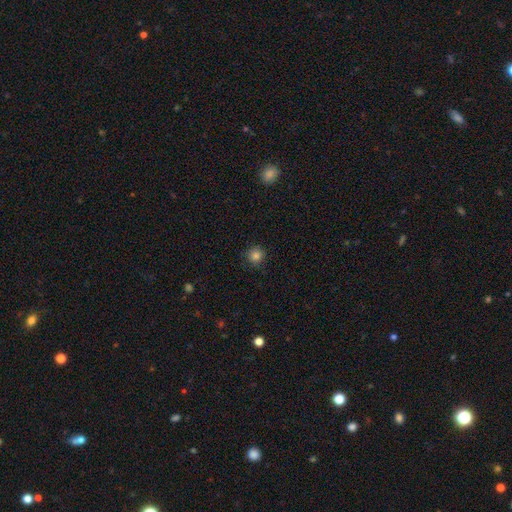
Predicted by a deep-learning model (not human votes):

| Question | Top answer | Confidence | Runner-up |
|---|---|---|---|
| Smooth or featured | smooth | 83% | star or artifact (13%) |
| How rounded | round | 94% | in between (5%) |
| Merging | none | 88% | minor disturbance (8%) |